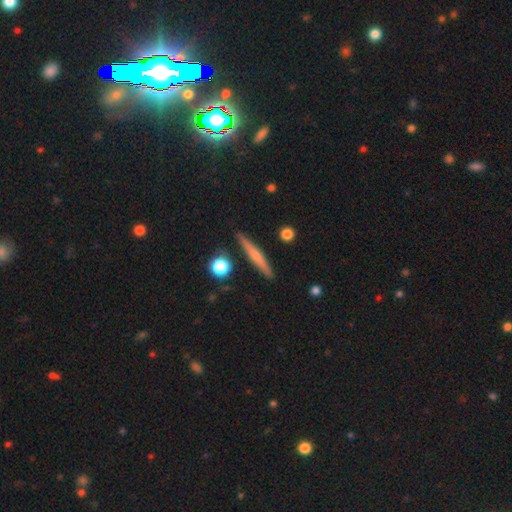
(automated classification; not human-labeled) The model was most divided on "smooth or featured": featured or disk: 48%, smooth: 46%, star or artifact: 7%. More confident: merging — none (89%).